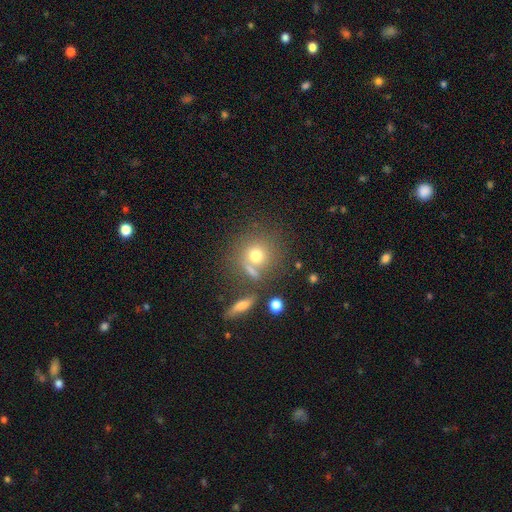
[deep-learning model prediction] Smooth or featured: smooth — 70% (featured or disk — 16%)
How rounded: round — 87% (in between — 12%)
Merging: none — 61% (merger — 21%)